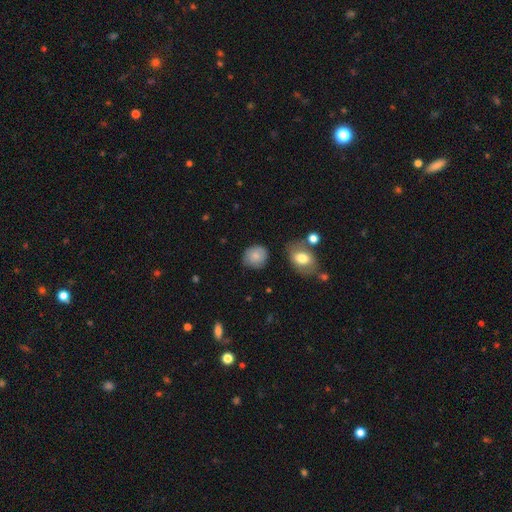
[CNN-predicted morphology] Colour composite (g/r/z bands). It shows a smooth galaxy with no disk features (82%) that is round (77%). Merging: none (75%).